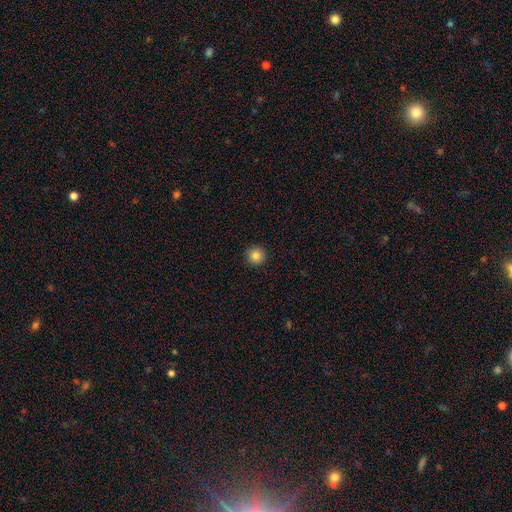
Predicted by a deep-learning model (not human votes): This appears to be a smooth galaxy with no disk features (83%) that is round (95%). Merging: none (92%).